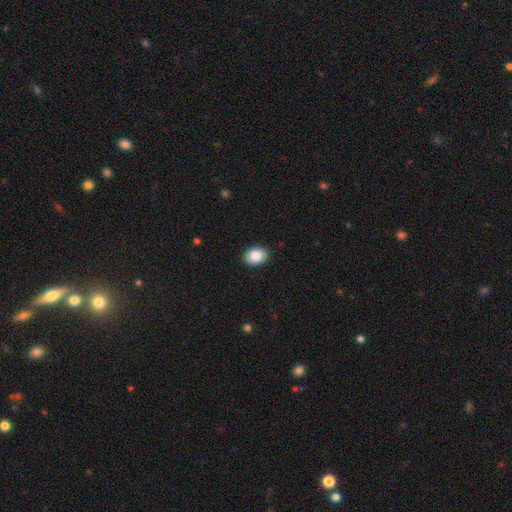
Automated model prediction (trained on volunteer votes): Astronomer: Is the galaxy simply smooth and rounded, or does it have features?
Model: smooth — 86%.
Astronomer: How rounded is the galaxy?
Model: in between — 78%.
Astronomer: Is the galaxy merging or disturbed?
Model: none — 91%.